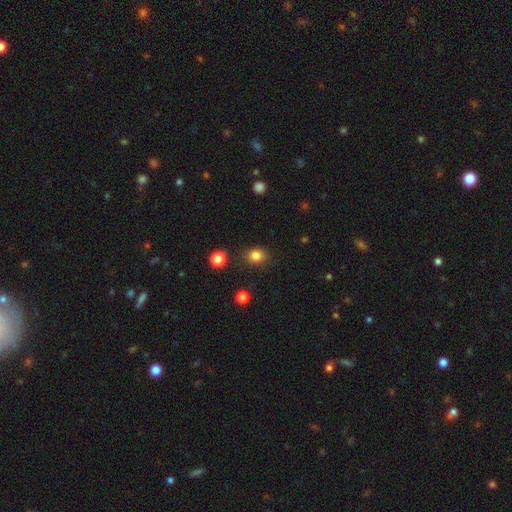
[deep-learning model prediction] Q: Smooth or featured?
A: smooth (83%); runner-up: star or artifact (12%)
Q: How rounded?
A: round (64%); runner-up: in between (35%)
Q: Merging?
A: none (85%); runner-up: minor disturbance (10%)